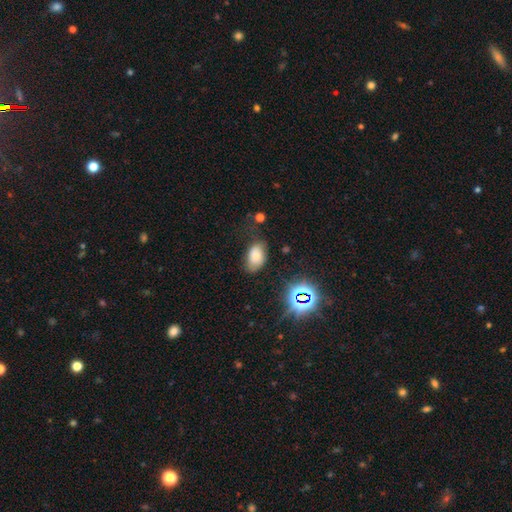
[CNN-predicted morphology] type=smooth (69%); roundness=in between (91%); merging=none (62%).